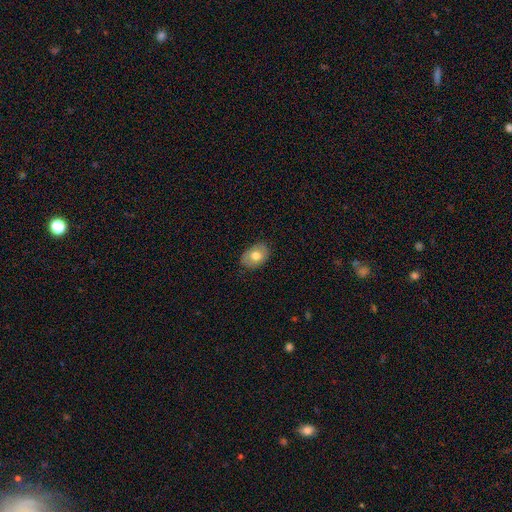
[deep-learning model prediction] This appears to be a smooth galaxy with no disk features (72%) that is in between round and cigar-shaped (82%). Merging: none (83%).